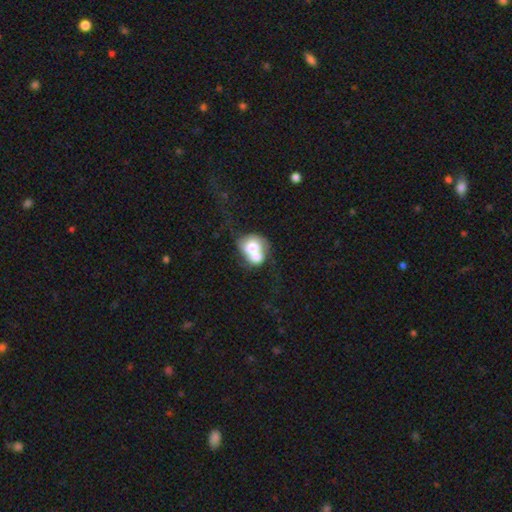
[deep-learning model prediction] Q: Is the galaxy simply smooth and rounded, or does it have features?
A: smooth — 60%.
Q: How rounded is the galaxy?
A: round — 60%.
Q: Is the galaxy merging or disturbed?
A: merger — 73%.